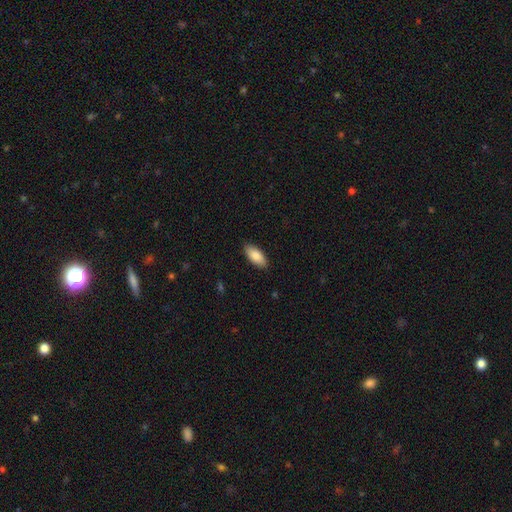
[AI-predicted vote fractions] Q: Smooth or featured?
A: smooth (86%); runner-up: featured or disk (8%)
Q: How rounded?
A: in between (88%); runner-up: cigar-shaped (10%)
Q: Merging?
A: none (89%); runner-up: minor disturbance (9%)